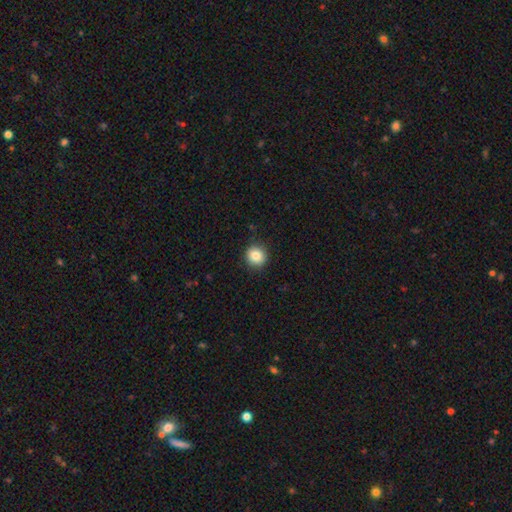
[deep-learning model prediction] Overall: smooth (85%). How rounded: round (90%). Merging: none (90%).